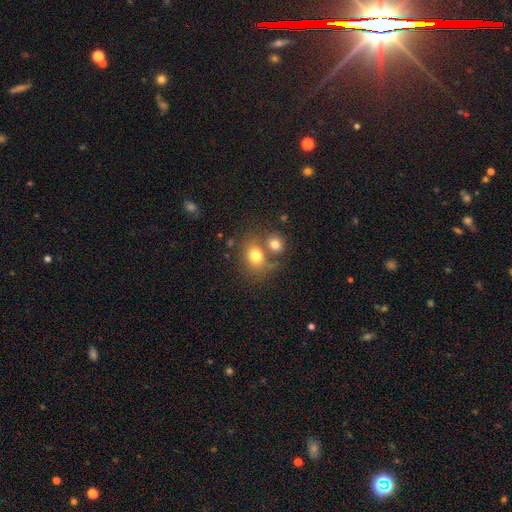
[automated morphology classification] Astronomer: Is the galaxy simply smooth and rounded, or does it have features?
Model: smooth — 75%.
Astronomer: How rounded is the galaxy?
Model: round — 52% (runner-up: in between, 47%).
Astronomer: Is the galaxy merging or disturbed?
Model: none — 45% (runner-up: merger, 38%).